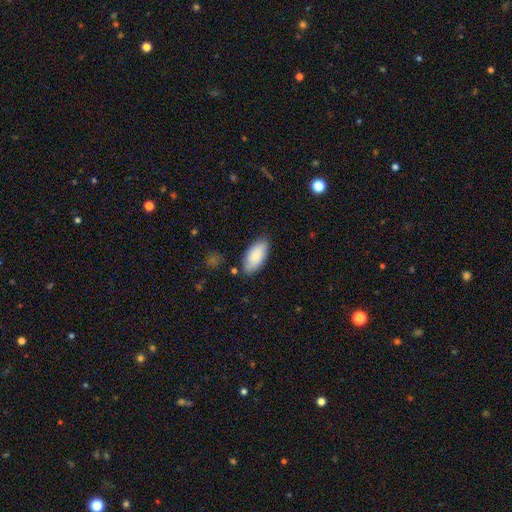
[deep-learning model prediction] smooth 88%, featured or disk 7%, star or artifact 6%. Down the decision tree: how rounded — in between (92%); merging — none (81%).